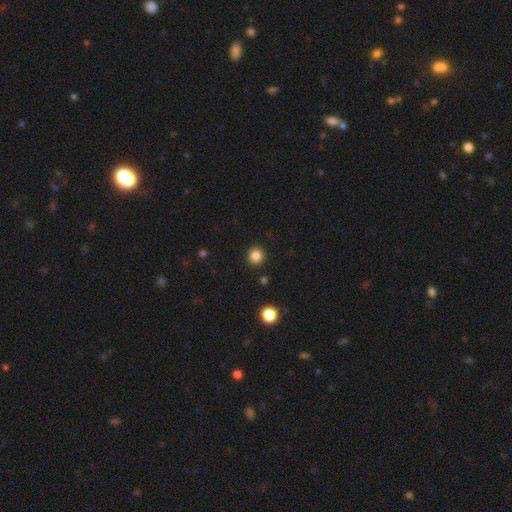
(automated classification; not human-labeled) A smooth galaxy with no disk features (84%) that is round (92%). Merging: none (91%).